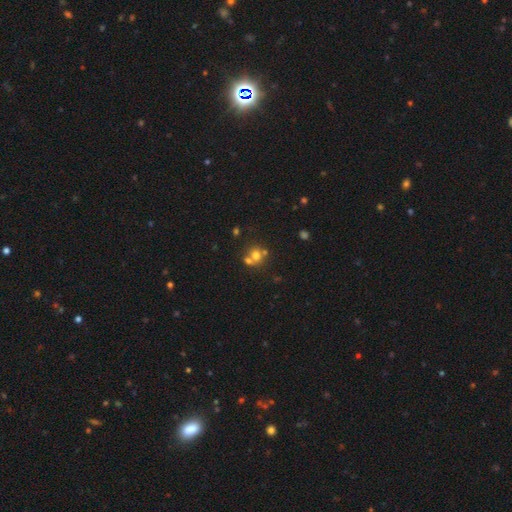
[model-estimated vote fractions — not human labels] This appears to be a smooth galaxy with no disk features (65%) that is round (79%). Merging: merger (45%).